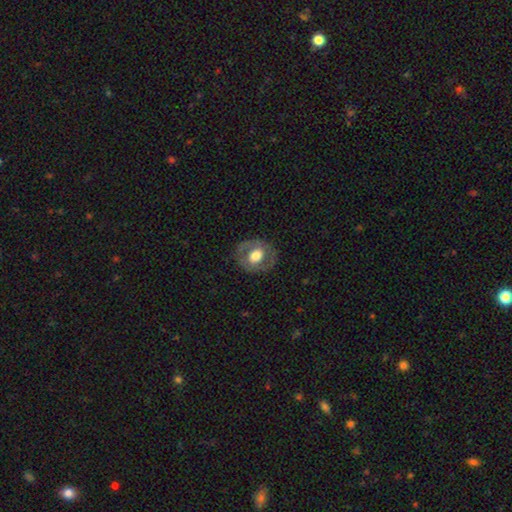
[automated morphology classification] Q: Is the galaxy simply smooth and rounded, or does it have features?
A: smooth — 48%.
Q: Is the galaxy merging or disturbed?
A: none — 79%.